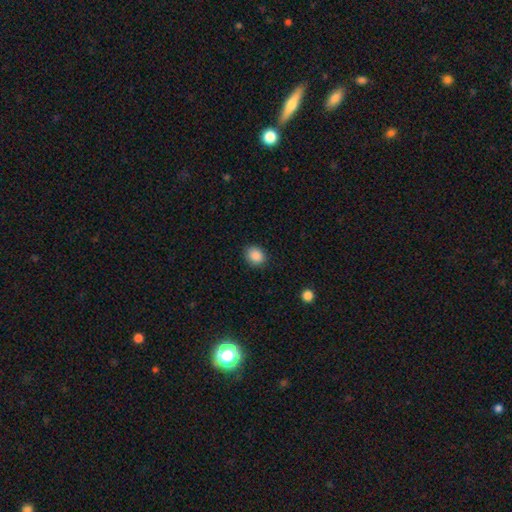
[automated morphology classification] Smooth or featured? Predicted: smooth (p=0.88). How rounded? Predicted: round (p=0.60). Merging? Predicted: none (p=0.87).